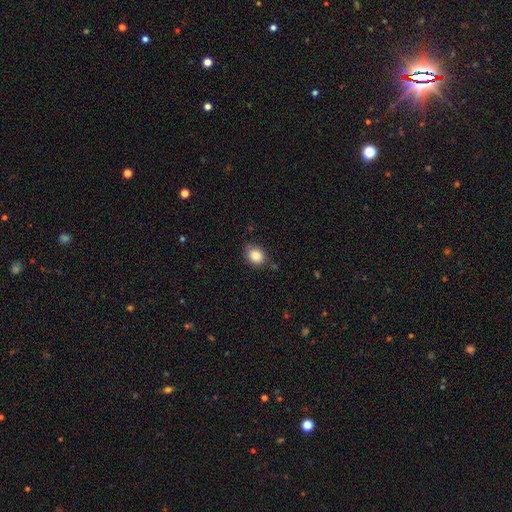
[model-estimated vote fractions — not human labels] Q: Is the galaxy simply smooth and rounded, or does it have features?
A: smooth — 87%.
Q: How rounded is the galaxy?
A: round — 51%.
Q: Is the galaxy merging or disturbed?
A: none — 72%.